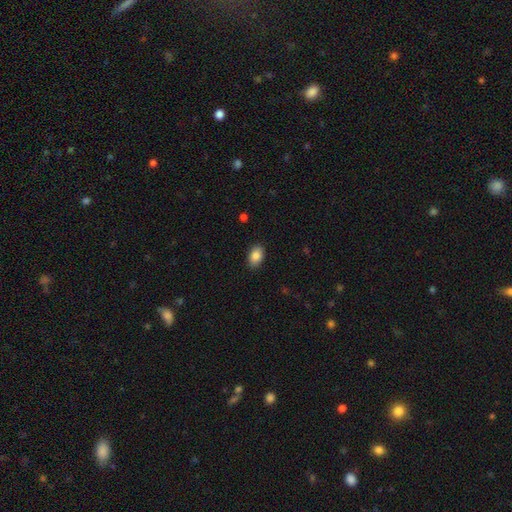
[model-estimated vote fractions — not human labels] Smooth or featured?
  - smooth: 87% *
  - star or artifact: 8%
  - featured or disk: 5%
How rounded?
  - in between: 89% *
  - round: 10%
  - cigar-shaped: 1%
Merging?
  - none: 88% *
  - minor disturbance: 9%
  - major disturbance: 2%
  - merger: 1%